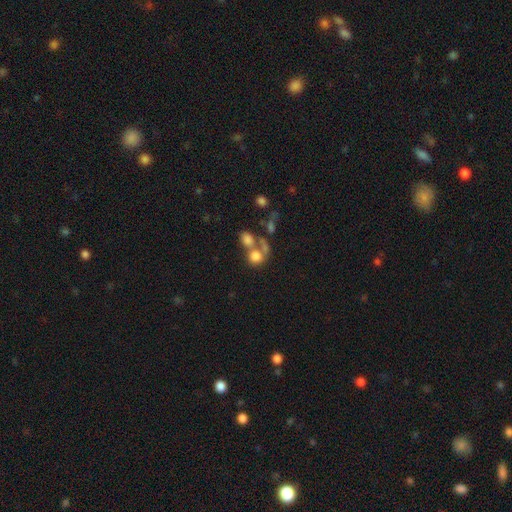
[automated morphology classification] Smooth or featured? smooth (73%)
How rounded? round (70%)
Merging? merger (54%)